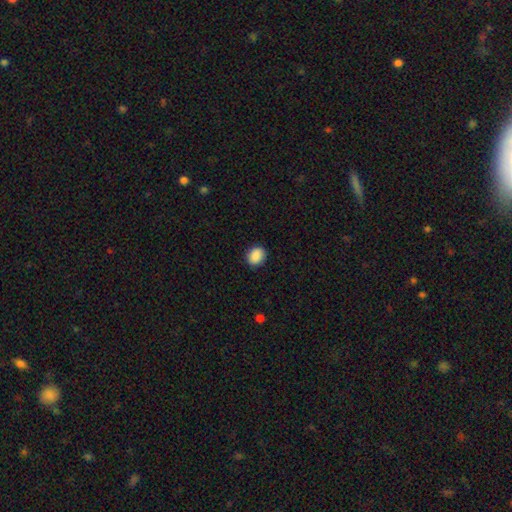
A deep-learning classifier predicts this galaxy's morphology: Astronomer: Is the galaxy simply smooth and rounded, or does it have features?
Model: smooth — 90%.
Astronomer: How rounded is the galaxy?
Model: in between — 51% (runner-up: round, 48%).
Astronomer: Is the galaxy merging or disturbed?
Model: none — 88%.